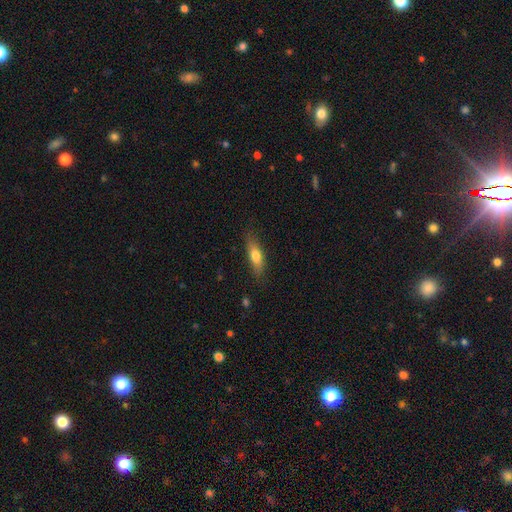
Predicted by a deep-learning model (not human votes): This is likely a smooth galaxy (70%). How rounded: possibly in between (53%). Merging: likely none (78%).